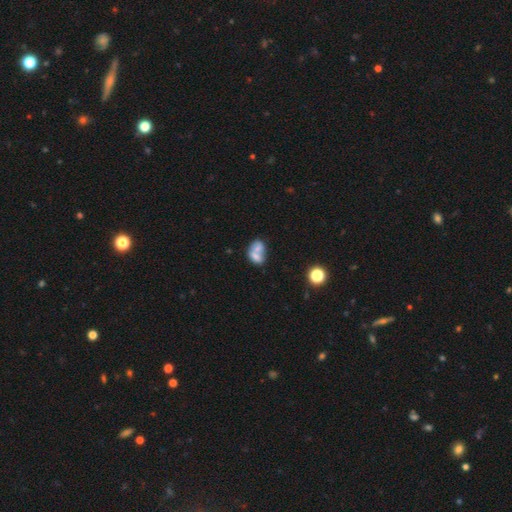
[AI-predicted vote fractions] Q: Smooth or featured?
A: smooth (64%); runner-up: featured or disk (27%)
Q: How rounded?
A: in between (67%); runner-up: round (31%)
Q: Merging?
A: merger (67%); runner-up: none (19%)